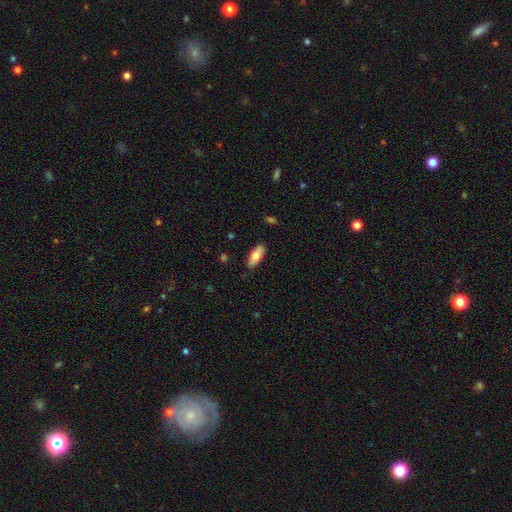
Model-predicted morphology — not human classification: The model was most divided on "smooth or featured": smooth: 77%, featured or disk: 17%, star or artifact: 6%. More confident: merging — none (87%); how rounded — in between (79%).